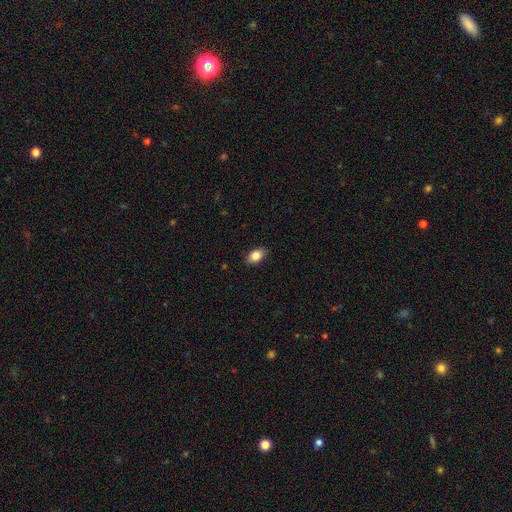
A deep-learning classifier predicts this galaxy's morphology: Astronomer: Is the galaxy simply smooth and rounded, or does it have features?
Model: smooth — 85%.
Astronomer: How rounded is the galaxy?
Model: in between — 85%.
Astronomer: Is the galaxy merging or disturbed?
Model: none — 88%.